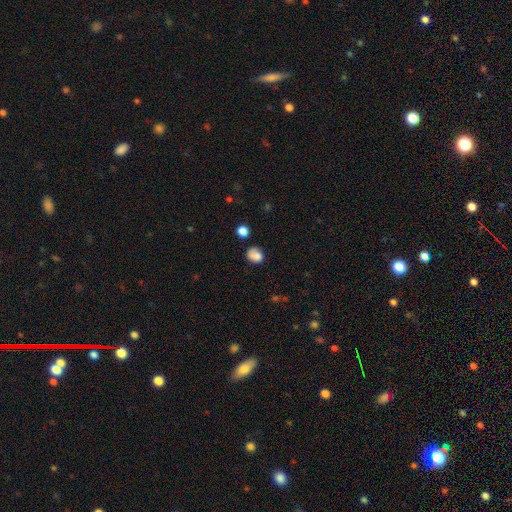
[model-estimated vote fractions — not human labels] The model was most divided on "how rounded": round: 53%, in between: 46%, cigar-shaped: 1%. Remaining: smooth or featured — smooth (78%); merging — none (48%).